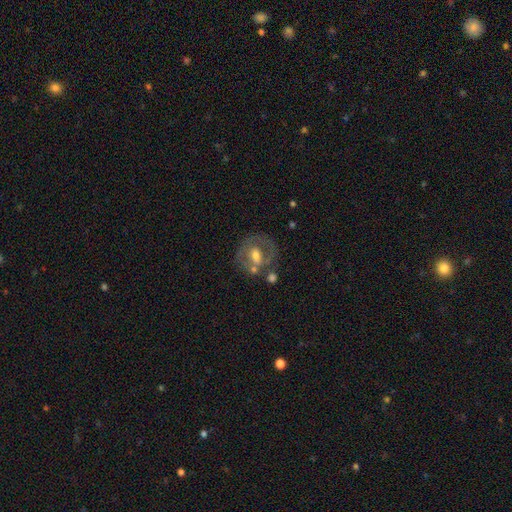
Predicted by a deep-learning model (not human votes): A featured or disk galaxy (57%) with no bar (47%), no spiral arms (73%) and a moderate central bulge (69%).

Vote fractions:
- Smooth or featured? featured or disk: 57% / smooth: 35% / star or artifact: 8%
- Edge-on disk? no: 94% / yes: 6%
- Bar? no: 47% / weak: 35% / strong: 18%
- Spiral arms? no: 73% / yes: 27%
- Bulge size? moderate: 69% / small: 20% / large: 8% / none: 2% / dominant: 1%
- Merging? none: 55% / minor disturbance: 18% / merger: 15% / major disturbance: 12%